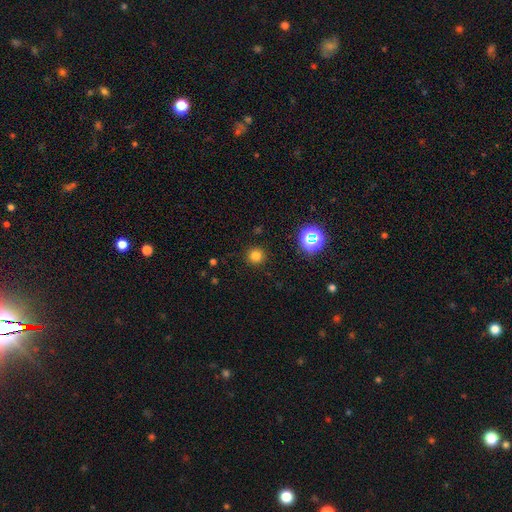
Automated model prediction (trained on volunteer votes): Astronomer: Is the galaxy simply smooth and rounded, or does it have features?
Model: smooth — 77%.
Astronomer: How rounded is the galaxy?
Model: round — 95%.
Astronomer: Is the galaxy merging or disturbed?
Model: none — 91%.